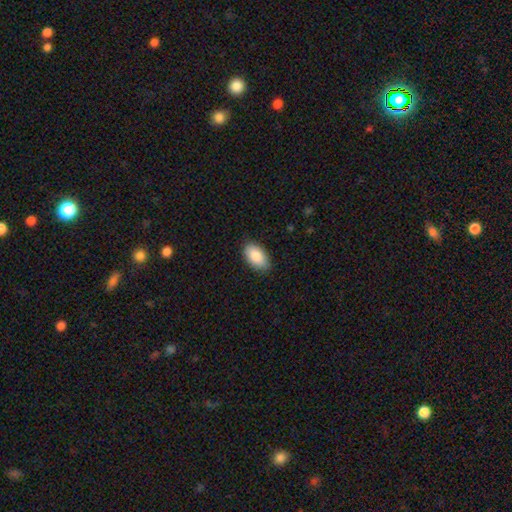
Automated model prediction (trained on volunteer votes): Smooth or featured? smooth (88%)
How rounded? in between (95%)
Merging? none (86%)